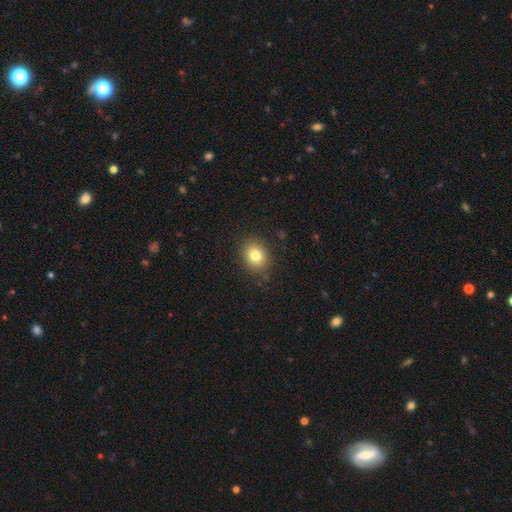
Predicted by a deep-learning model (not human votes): Smooth or featured?
  - smooth: 80% *
  - star or artifact: 12%
  - featured or disk: 8%
How rounded?
  - round: 63% *
  - in between: 36%
  - cigar-shaped: 1%
Merging?
  - none: 89% *
  - minor disturbance: 8%
  - major disturbance: 2%
  - merger: 1%